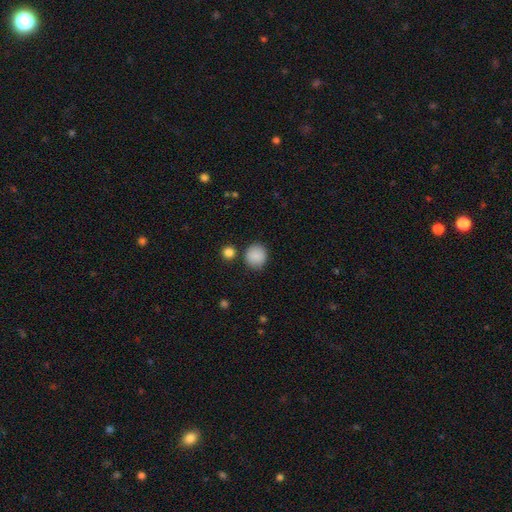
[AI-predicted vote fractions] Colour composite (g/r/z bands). It shows a smooth galaxy with no disk features (88%) that is round (86%). Merging: none (82%).